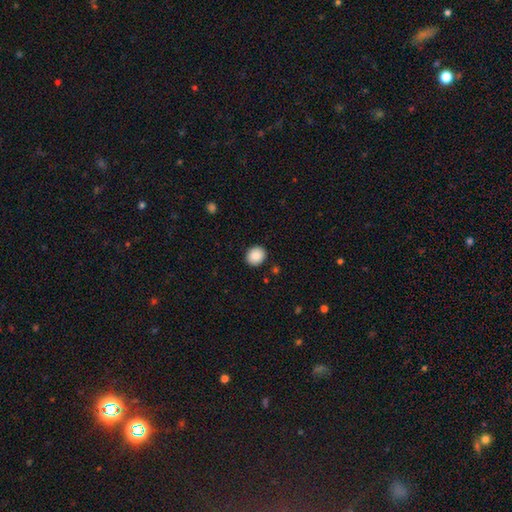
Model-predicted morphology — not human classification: This appears to be a smooth galaxy with no disk features (89%) that is round (73%). Merging: none (91%).